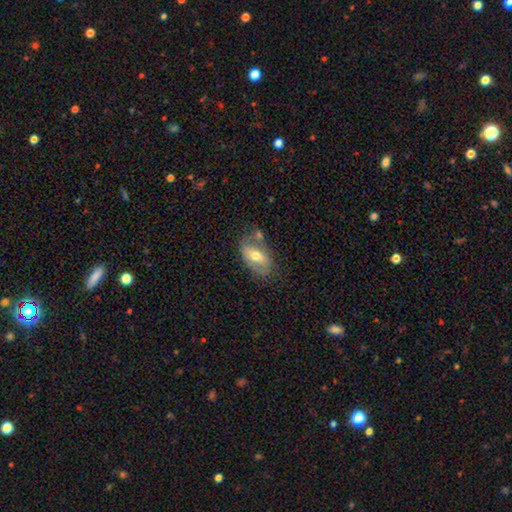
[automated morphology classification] The model was most divided on "smooth or featured": smooth: 47%, featured or disk: 46%, star or artifact: 7%. More confident: merging — none (58%).